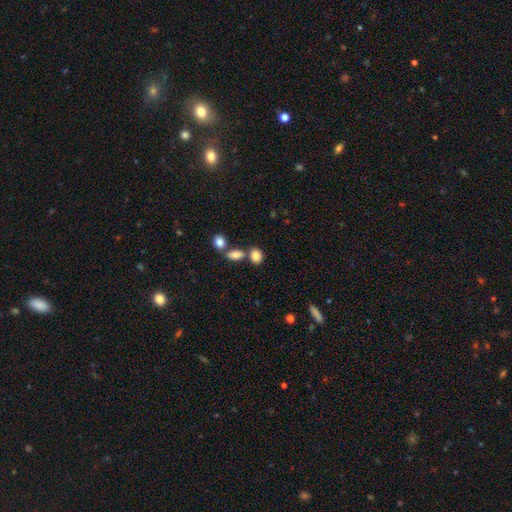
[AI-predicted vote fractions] A smooth galaxy with no disk features (85%) that is in between round and cigar-shaped (63%). Merging: none (56%).